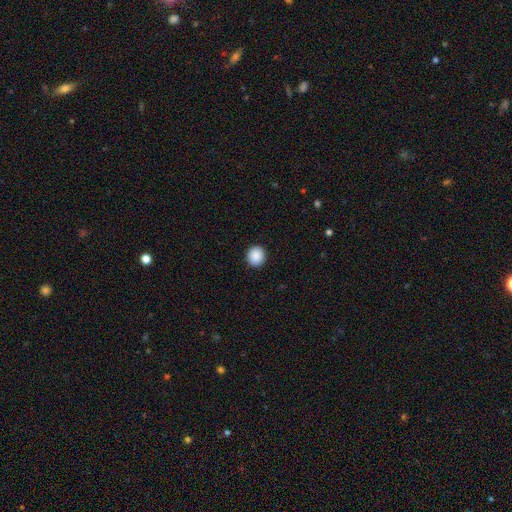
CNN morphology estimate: Smooth or featured? Predicted: smooth (p=0.89). How rounded? Predicted: round (p=0.90). Merging? Predicted: none (p=0.93).